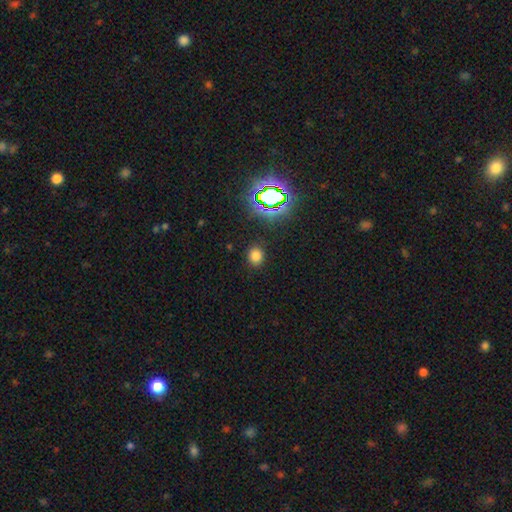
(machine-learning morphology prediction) A smooth galaxy with no disk features (74%) that is round (72%). Merging: none (88%).